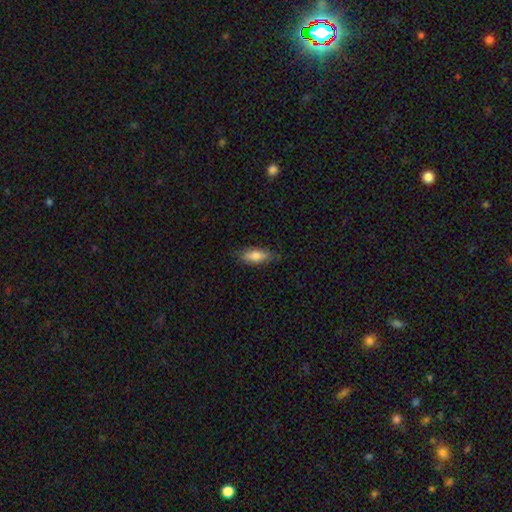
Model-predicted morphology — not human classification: This is likely a smooth galaxy (79%). How rounded: likely in between (71%). Merging: clearly none (81%).